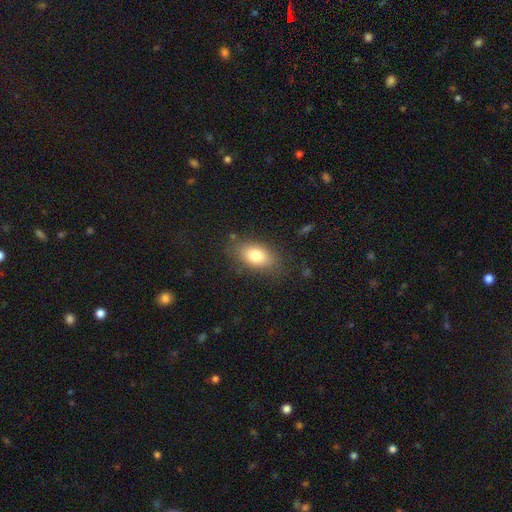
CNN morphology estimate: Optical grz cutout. It shows a smooth galaxy with no disk features (80%) that is in between round and cigar-shaped (89%). Merging: none (79%).